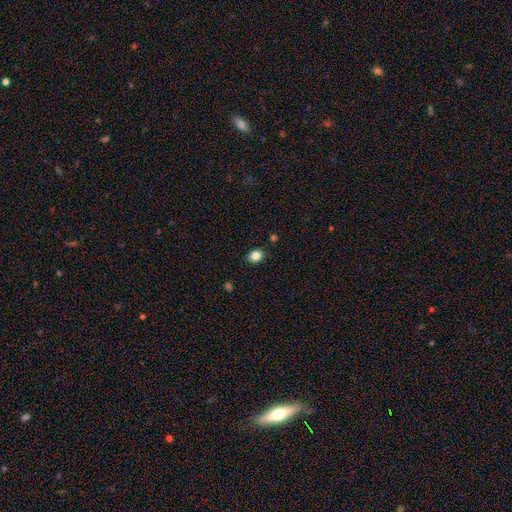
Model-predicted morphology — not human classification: smooth 84%, star or artifact 10%, featured or disk 6%. Down the decision tree: how rounded — in between (60%); merging — none (85%).